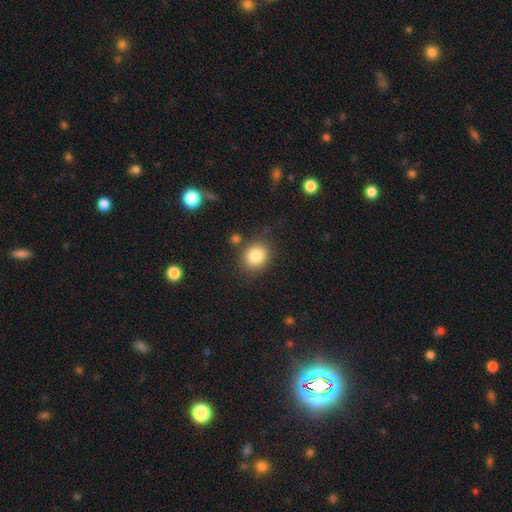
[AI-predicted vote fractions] Smooth or featured? smooth (83%)
How rounded? round (71%)
Merging? none (81%)